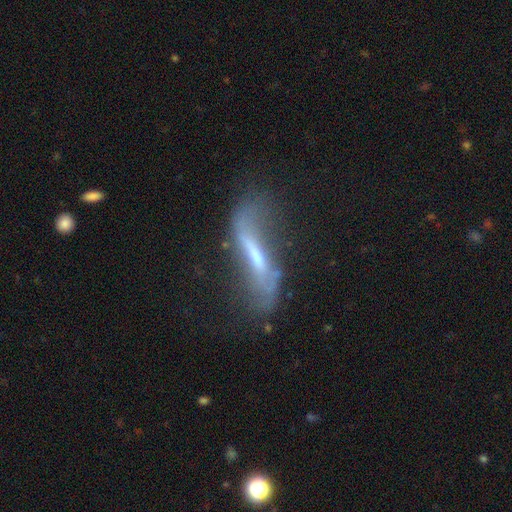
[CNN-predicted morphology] Overall: featured or disk (62%; smooth 29%). Edge-on disk: no (66%; yes 34%). Merging: none (38%; major disturbance 32%).